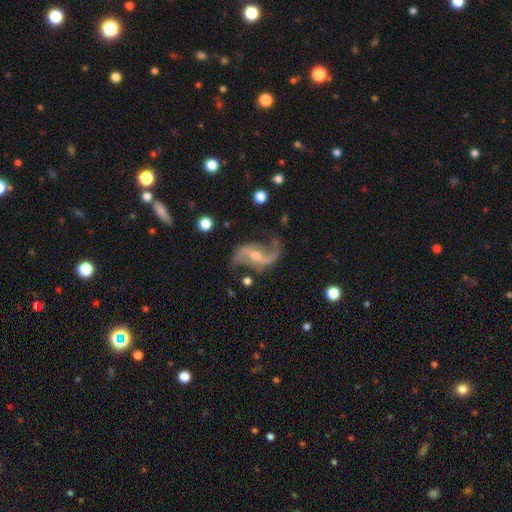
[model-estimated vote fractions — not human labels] Smooth or featured: featured or disk — 91% (star or artifact — 5%)
Edge-on disk: no — 97% (yes — 3%)
Bar: weak — 39% (strong — 33%)
Spiral arms: yes — 97% (no — 3%)
Spiral winding: loose — 81% (medium — 15%)
Spiral arm count: 2 — 93% (1 — 2%)
Bulge size: small — 50% (moderate — 44%)
Merging: none — 72% (minor disturbance — 16%)